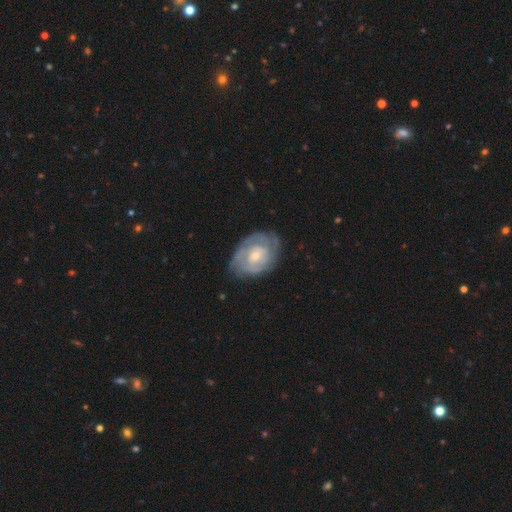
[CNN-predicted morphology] smooth_or_featured: featured or disk (p=0.73) [alt: smooth p=0.22]
disk_edge_on: no (p=0.97) [alt: yes p=0.03]
bar: no (p=0.69) [alt: weak p=0.27]
has_spiral_arms: yes (p=0.81) [alt: no p=0.19]
spiral_winding: tight (p=0.68) [alt: medium p=0.24]
spiral_arm_count: can't tell (p=0.50) [alt: 2 p=0.26]
bulge_size: small (p=0.60) [alt: moderate p=0.35]
merging: none (p=0.69) [alt: minor disturbance p=0.21]